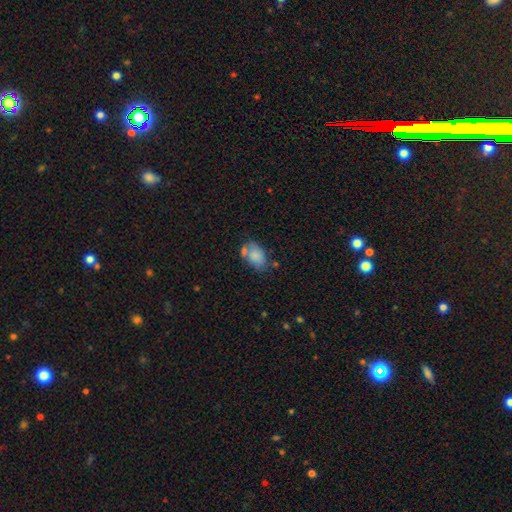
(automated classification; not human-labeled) smooth-or-featured: smooth: 76% | featured or disk: 16% | star or artifact: 8%
  how-rounded: in between: 87% | round: 12% | cigar-shaped: 1%
  merging: none: 46% | merger: 23% | minor disturbance: 23% | major disturbance: 9%